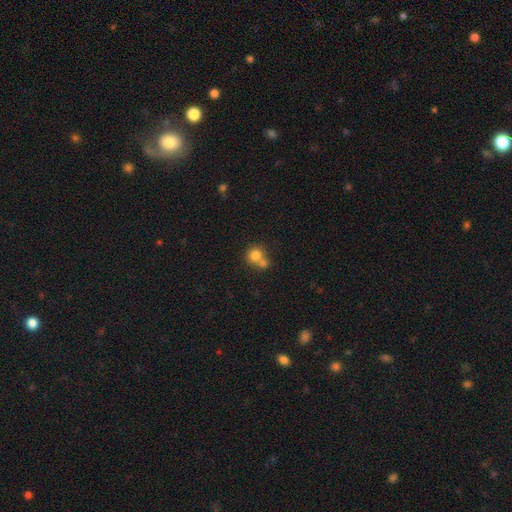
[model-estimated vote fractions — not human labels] Smooth or featured?
  - smooth: 77% *
  - featured or disk: 12%
  - star or artifact: 11%
How rounded?
  - round: 84% *
  - in between: 15%
  - cigar-shaped: 1%
Merging?
  - merger: 50% *
  - none: 38%
  - minor disturbance: 8%
  - major disturbance: 4%